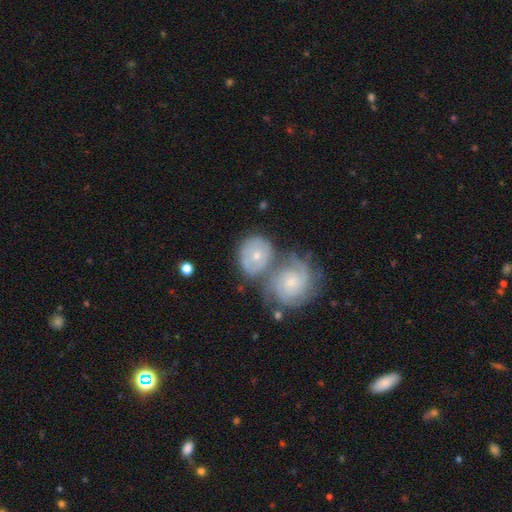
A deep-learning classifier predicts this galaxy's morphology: A featured or disk galaxy (58%) with no bar (82%), spiral arms (76%) and a small central bulge (67%).

Vote fractions:
- Smooth or featured? featured or disk: 58% / smooth: 36% / star or artifact: 6%
- Edge-on disk? no: 96% / yes: 4%
- Bar? no: 82% / weak: 15% / strong: 3%
- Spiral arms? yes: 76% / no: 24%
- Bulge size? small: 67% / moderate: 29% / none: 2% / large: 2% / dominant: 1%
- Merging? merger: 45% / none: 37% / minor disturbance: 12% / major disturbance: 6%